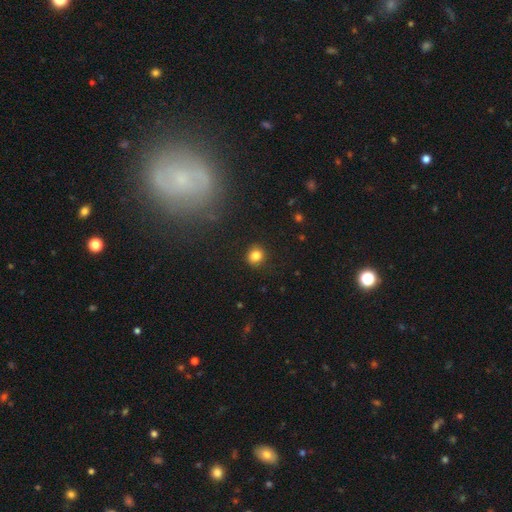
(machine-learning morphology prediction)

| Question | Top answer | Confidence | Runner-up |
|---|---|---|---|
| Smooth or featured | smooth | 83% | star or artifact (12%) |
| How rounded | round | 82% | in between (17%) |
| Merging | none | 90% | minor disturbance (7%) |